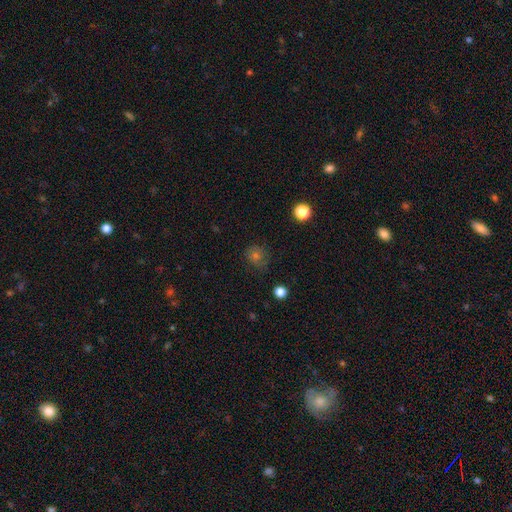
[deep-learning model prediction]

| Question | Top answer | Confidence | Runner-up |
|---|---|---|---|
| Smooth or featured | smooth | 66% | star or artifact (23%) |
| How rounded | round | 85% | in between (13%) |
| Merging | none | 78% | minor disturbance (15%) |